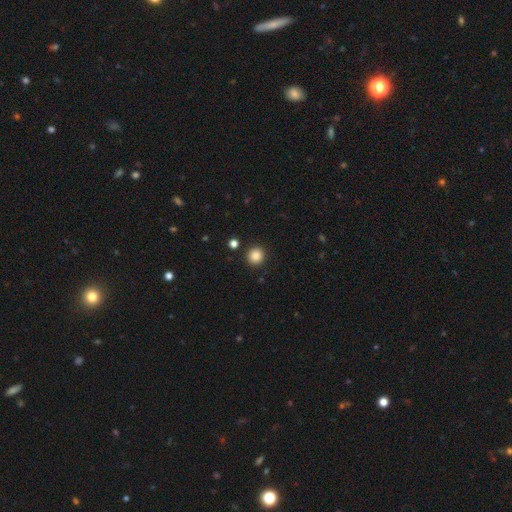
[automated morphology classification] type=smooth (87%); roundness=round (95%); merging=none (91%).